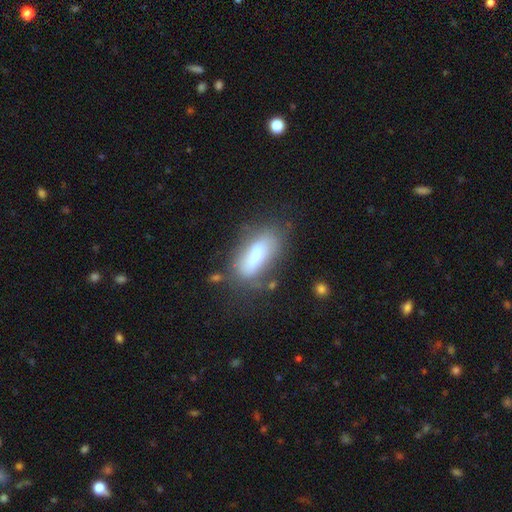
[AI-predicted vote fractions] Overall: smooth (69%). How rounded: in between (73%). Merging: none (57%; minor disturbance 23%).